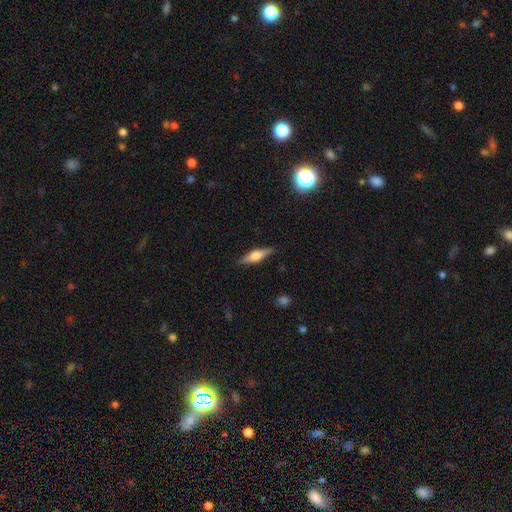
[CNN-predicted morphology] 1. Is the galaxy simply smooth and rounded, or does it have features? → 56% featured or disk, 38% smooth, 7% star or artifact.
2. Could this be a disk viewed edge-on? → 96% yes, 4% no.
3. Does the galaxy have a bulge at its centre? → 87% rounded, 11% boxy, 3% none.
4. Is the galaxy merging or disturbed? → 87% none, 9% minor disturbance, 2% major disturbance, 1% merger.